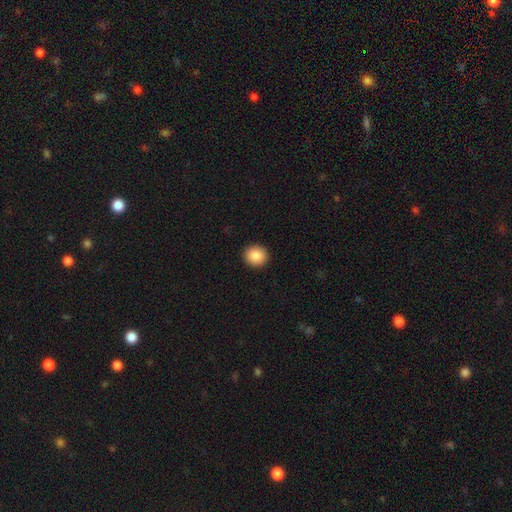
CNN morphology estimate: smooth-or-featured: smooth: 87% | star or artifact: 8% | featured or disk: 5%
  how-rounded: round: 88% | in between: 11% | cigar-shaped: 1%
  merging: none: 93% | minor disturbance: 5% | major disturbance: 2% | merger: 1%